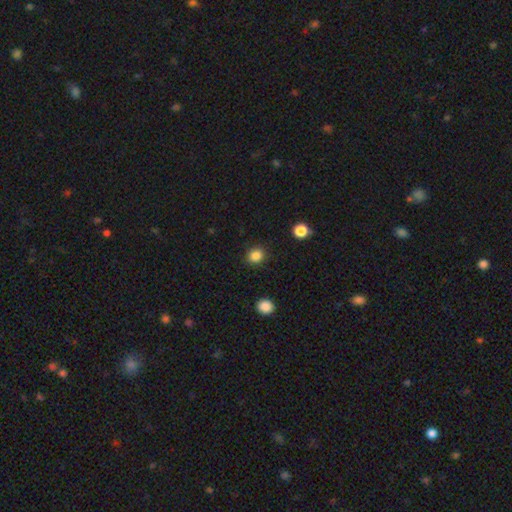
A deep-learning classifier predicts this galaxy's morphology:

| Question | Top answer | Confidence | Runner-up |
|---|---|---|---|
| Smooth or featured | smooth | 86% | star or artifact (11%) |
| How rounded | round | 80% | in between (19%) |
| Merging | none | 89% | minor disturbance (7%) |